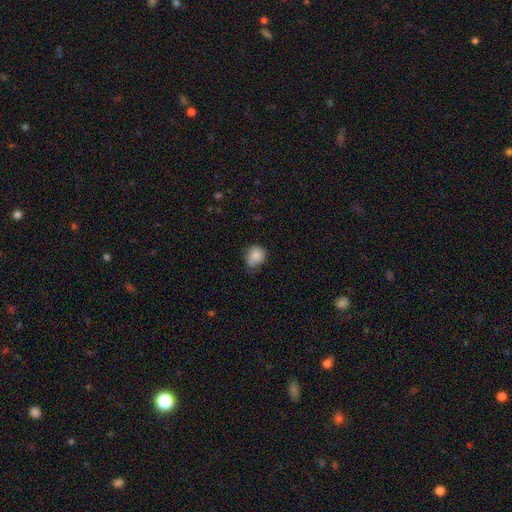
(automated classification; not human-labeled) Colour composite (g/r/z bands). It shows a smooth galaxy with no disk features (84%) that is round (76%). Merging: none (57%).